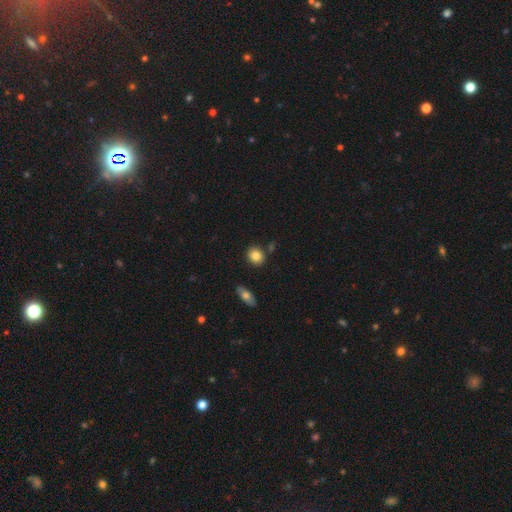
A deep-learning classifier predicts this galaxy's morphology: This appears to be a smooth galaxy with no disk features (85%) that is round (64%). Merging: none (82%).